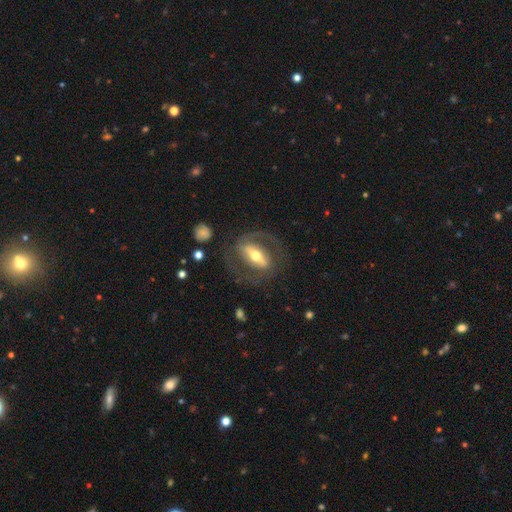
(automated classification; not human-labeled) Smooth or featured: featured or disk — 78% (smooth — 17%)
Edge-on disk: no — 88% (yes — 12%)
Bar: strong — 67% (weak — 19%)
Spiral arms: yes — 67% (no — 33%)
Bulge size: moderate — 66% (small — 22%)
Merging: none — 69% (major disturbance — 16%)